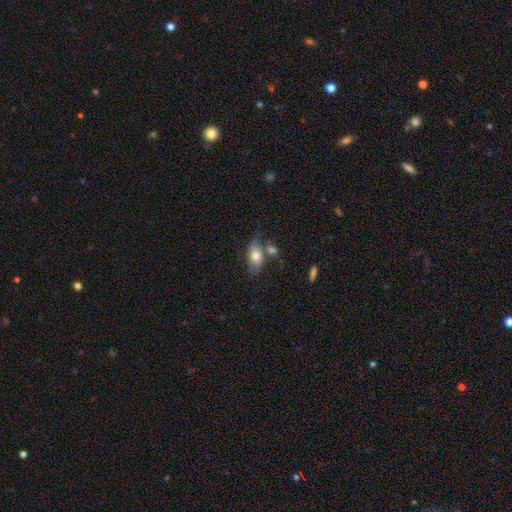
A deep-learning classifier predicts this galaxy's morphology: This is likely a smooth galaxy (70%). How rounded: clearly in between (88%). Merging: possibly none (55%).